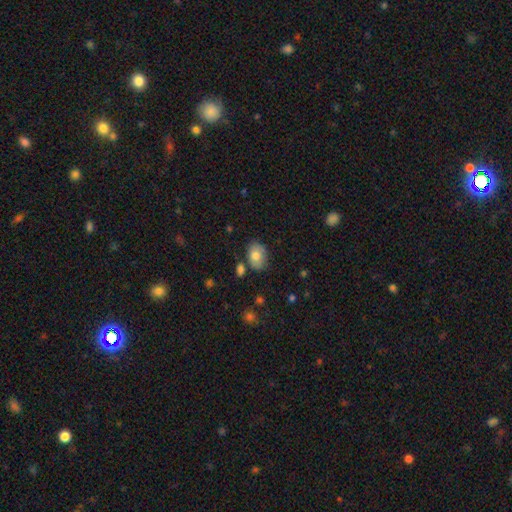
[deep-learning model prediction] Smooth or featured? smooth (76%)
How rounded? in between (74%)
Merging? none (70%)